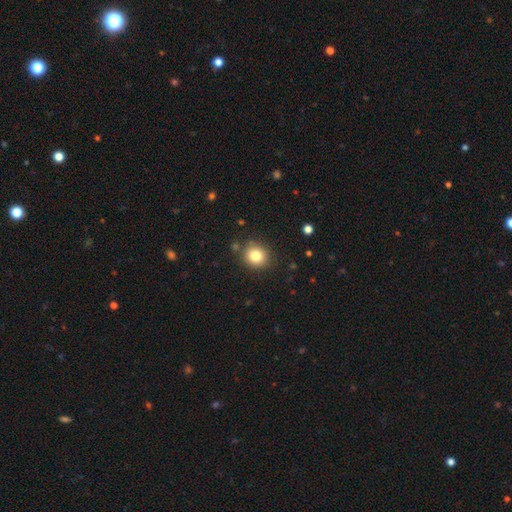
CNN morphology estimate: Smooth or featured? smooth (81%)
How rounded? round (83%)
Merging? none (86%)